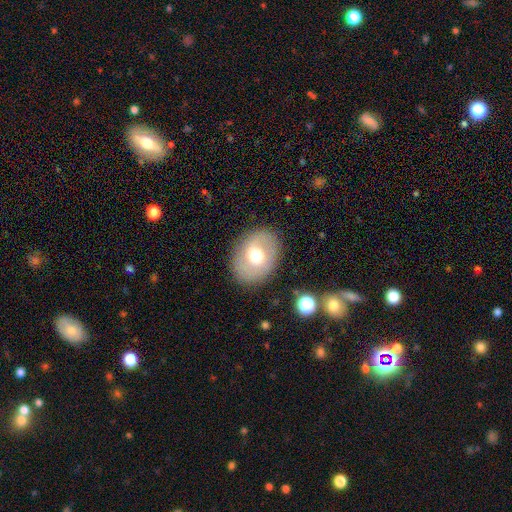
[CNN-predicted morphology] This appears to be a smooth galaxy with no disk features (56%) that is in between round and cigar-shaped (56%). Merging: none (84%).